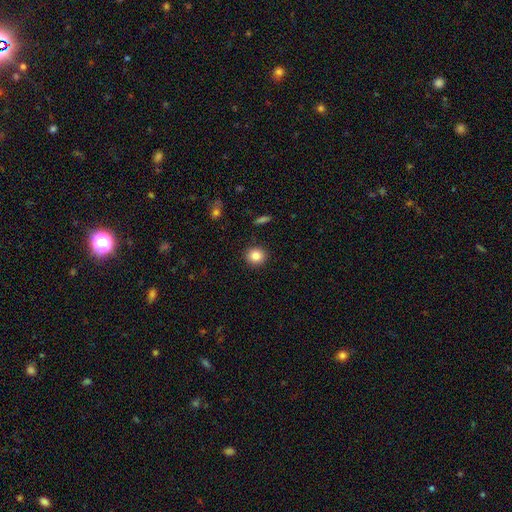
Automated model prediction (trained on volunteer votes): Overall: smooth (85%). How rounded: round (85%). Merging: none (91%).